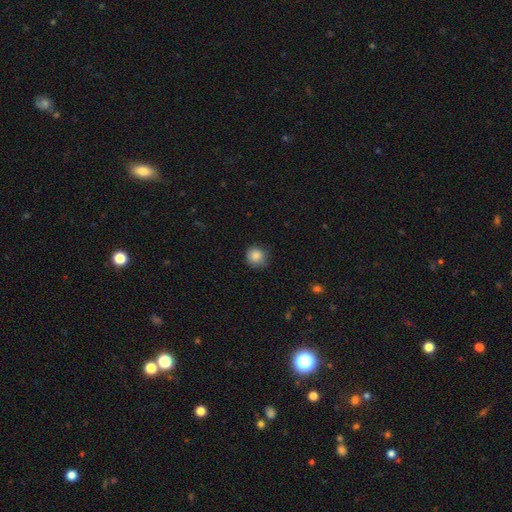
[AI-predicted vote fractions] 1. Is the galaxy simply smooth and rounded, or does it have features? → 87% smooth, 9% star or artifact, 4% featured or disk.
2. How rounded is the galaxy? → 89% round, 10% in between, 1% cigar-shaped.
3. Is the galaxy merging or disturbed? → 78% none, 18% minor disturbance, 3% major disturbance, 1% merger.